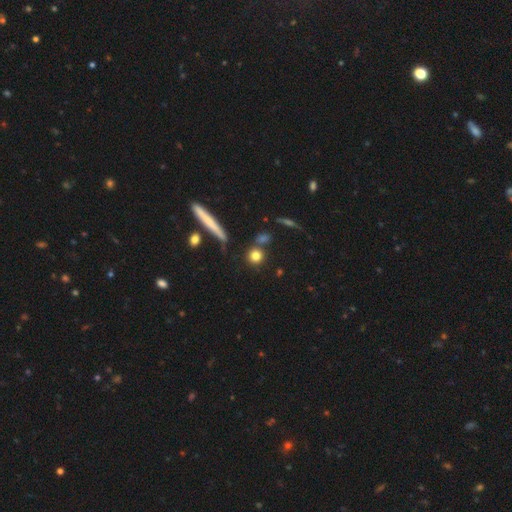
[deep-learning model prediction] Smooth or featured?
  - smooth: 79% *
  - star or artifact: 11%
  - featured or disk: 10%
How rounded?
  - round: 83% *
  - in between: 11%
  - cigar-shaped: 6%
Merging?
  - none: 76% *
  - merger: 11%
  - minor disturbance: 9%
  - major disturbance: 4%